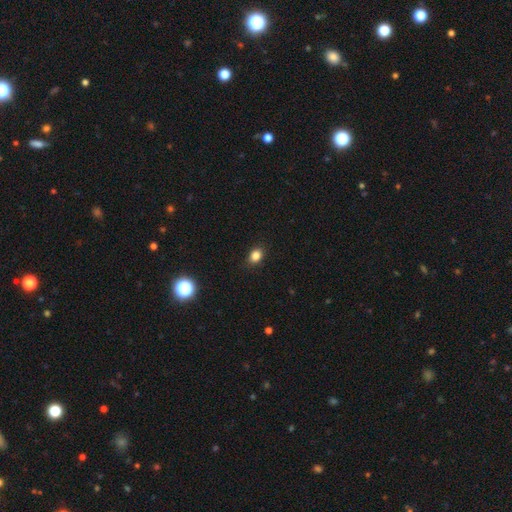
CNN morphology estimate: A smooth galaxy with no disk features (83%) that is in between round and cigar-shaped (56%).

Vote fractions:
- Smooth or featured? smooth: 83% / star or artifact: 12% / featured or disk: 4%
- How rounded? in between: 56% / round: 43% / cigar-shaped: 1%
- Merging? none: 88% / minor disturbance: 9% / major disturbance: 2% / merger: 1%